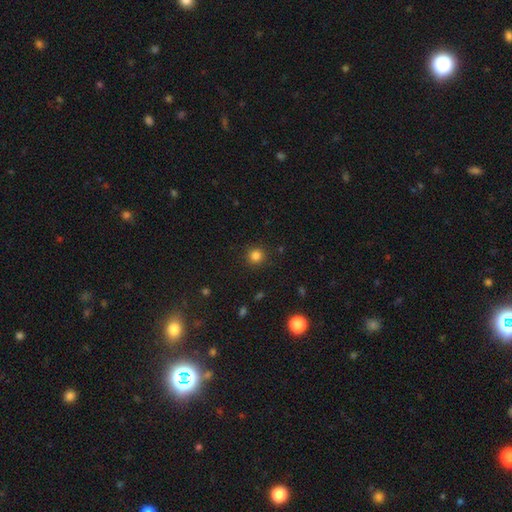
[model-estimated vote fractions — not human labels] Q: Smooth or featured?
A: smooth (83%); runner-up: star or artifact (13%)
Q: How rounded?
A: round (94%); runner-up: in between (5%)
Q: Merging?
A: none (91%); runner-up: minor disturbance (6%)